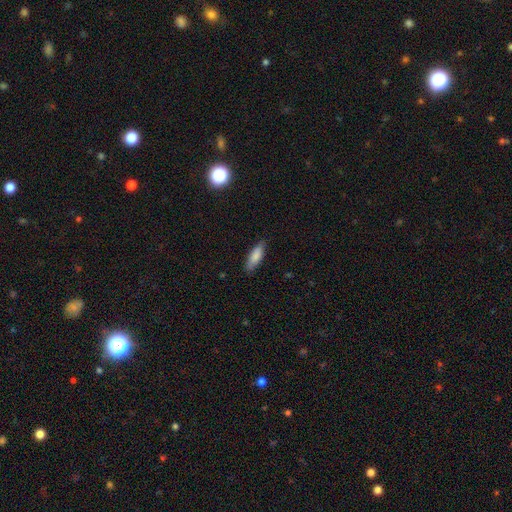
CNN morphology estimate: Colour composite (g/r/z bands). It shows a smooth galaxy with no disk features (83%) that is in between round and cigar-shaped (55%). Merging: none (84%).